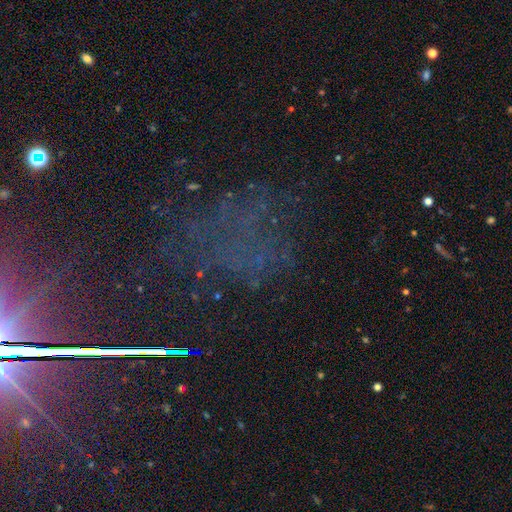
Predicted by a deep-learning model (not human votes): The model was most divided on "smooth or featured": star or artifact: 69%, featured or disk: 17%, smooth: 14%.